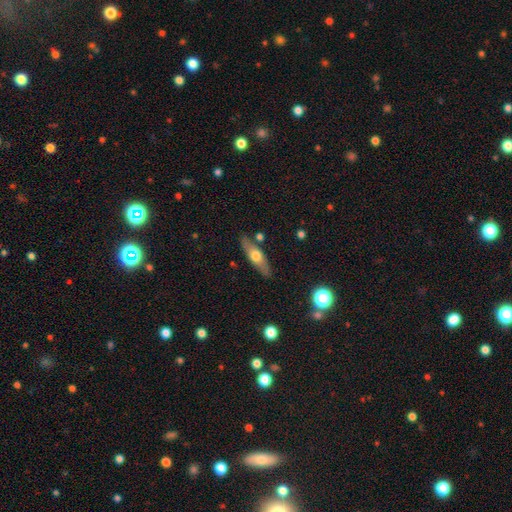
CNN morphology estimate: This is possibly a featured or disk galaxy (47%, tied with smooth). Merging: clearly none (82%).